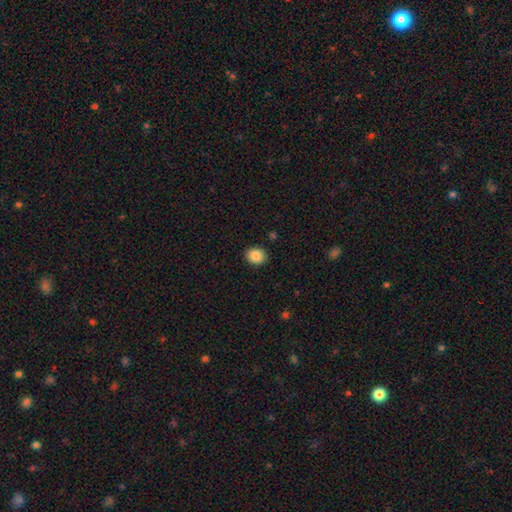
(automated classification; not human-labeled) A smooth galaxy with no disk features (87%) that is round (64%).

Vote fractions:
- Smooth or featured? smooth: 87% / star or artifact: 9% / featured or disk: 4%
- How rounded? round: 64% / in between: 35% / cigar-shaped: 1%
- Merging? none: 90% / minor disturbance: 7% / major disturbance: 2% / merger: 1%